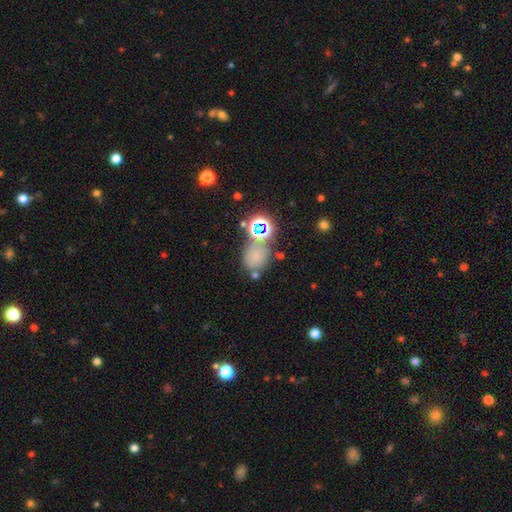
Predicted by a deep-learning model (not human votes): Morphology: type=smooth (59%); roundness=round (57%); merging=none (57%).